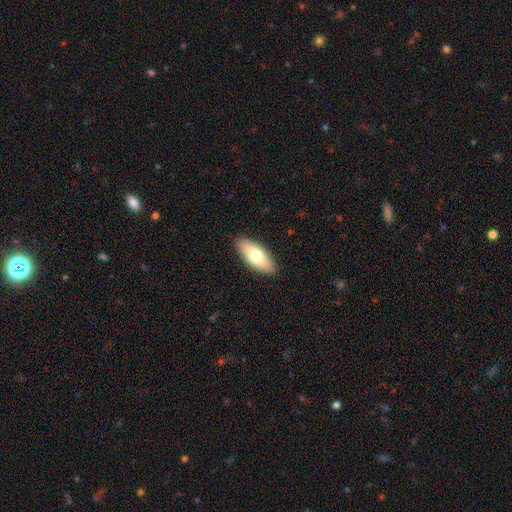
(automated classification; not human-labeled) A smooth galaxy with no disk features (71%) that is in between round and cigar-shaped (79%).

Vote fractions:
- Smooth or featured? smooth: 71% / featured or disk: 23% / star or artifact: 6%
- How rounded? in between: 79% / cigar-shaped: 19% / round: 2%
- Merging? none: 89% / minor disturbance: 8% / major disturbance: 2% / merger: 1%